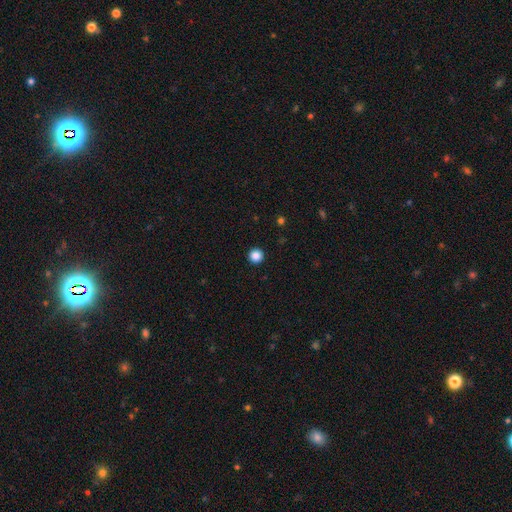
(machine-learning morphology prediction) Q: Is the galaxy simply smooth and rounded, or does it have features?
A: smooth — 87%.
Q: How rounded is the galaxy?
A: round — 96%.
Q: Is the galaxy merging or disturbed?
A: none — 94%.